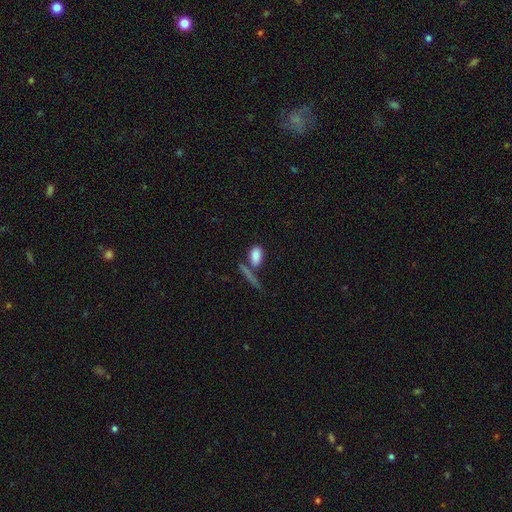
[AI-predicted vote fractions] The model was most divided on "merging": none: 54%, merger: 24%, minor disturbance: 14%, major disturbance: 8%. More confident: how rounded — in between (86%); smooth or featured — smooth (83%).